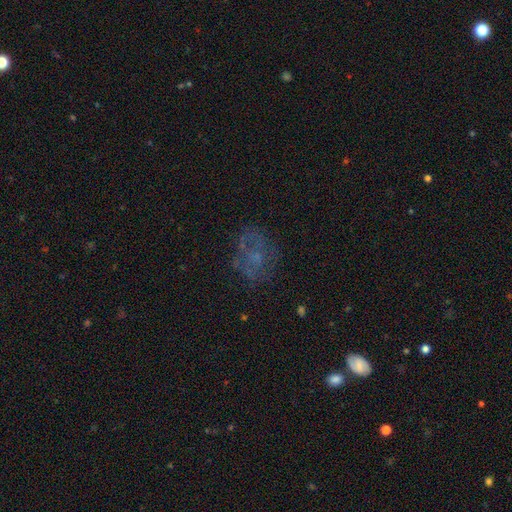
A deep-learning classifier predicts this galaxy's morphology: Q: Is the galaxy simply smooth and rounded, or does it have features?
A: featured or disk — 45%.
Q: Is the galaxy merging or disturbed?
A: none — 62%.